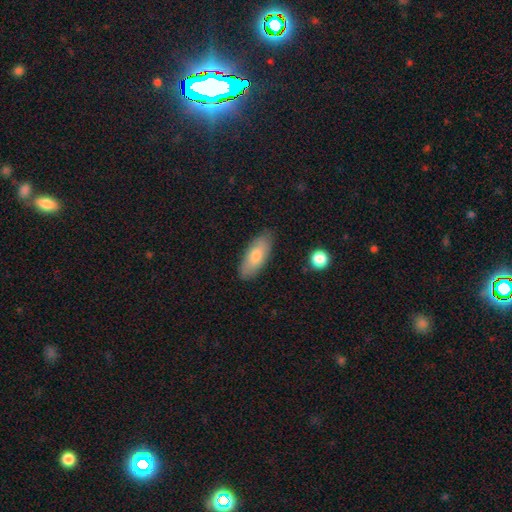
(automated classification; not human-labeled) Smooth or featured: smooth — 73% (featured or disk — 20%)
How rounded: in between — 79% (cigar-shaped — 19%)
Merging: none — 85% (minor disturbance — 11%)